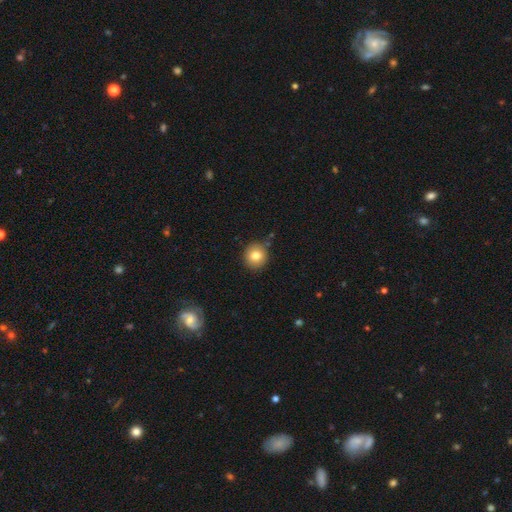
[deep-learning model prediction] Smooth or featured? smooth (81%)
How rounded? round (88%)
Merging? none (84%)